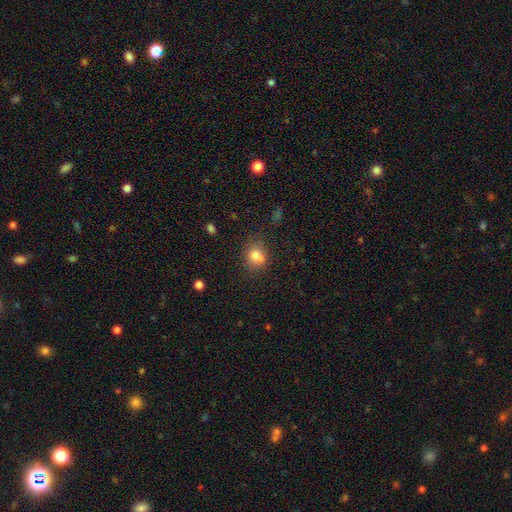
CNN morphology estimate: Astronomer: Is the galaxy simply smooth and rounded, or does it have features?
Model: smooth — 80%.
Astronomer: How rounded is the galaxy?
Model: round — 67%.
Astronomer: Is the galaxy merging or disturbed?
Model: none — 69%.